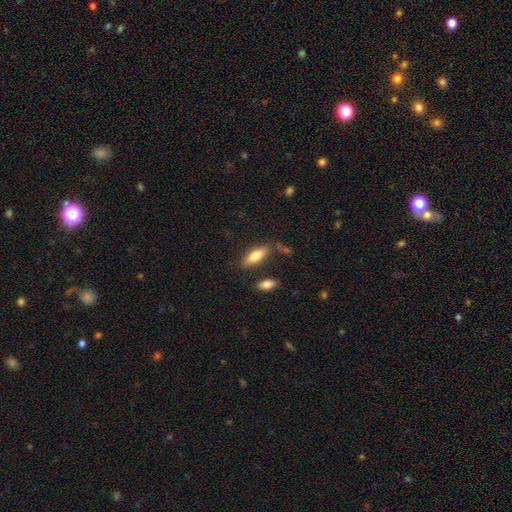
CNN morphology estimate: A smooth galaxy with no disk features (75%) that is in between round and cigar-shaped (66%). Merging: none (74%).